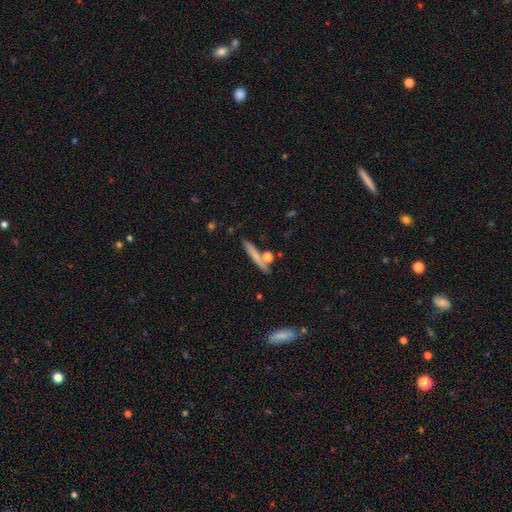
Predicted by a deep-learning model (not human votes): Morphology: type=smooth (61%); roundness=cigar-shaped (88%); merging=none (75%).